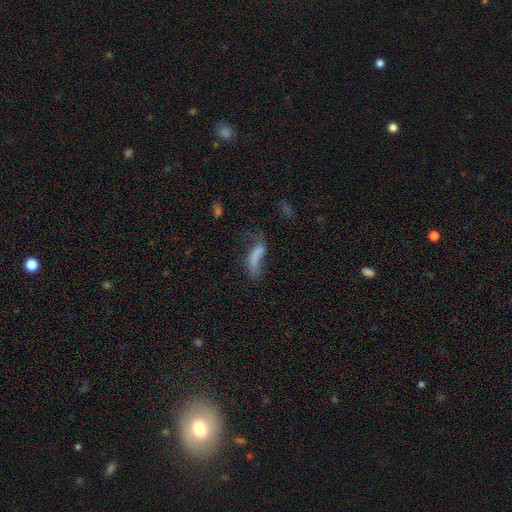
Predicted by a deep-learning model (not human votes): Smooth or featured? smooth (56%)
How rounded? in between (52%)
Merging? major disturbance (41%)